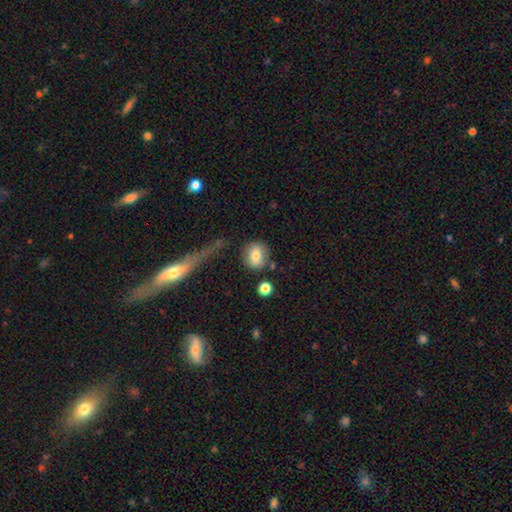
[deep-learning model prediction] Overall: smooth (75%). How rounded: round (70%). Merging: none (74%).